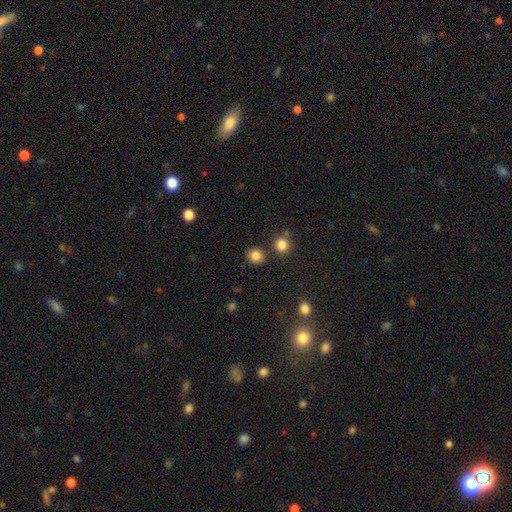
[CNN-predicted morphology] type=smooth (84%); roundness=round (86%); merging=none (84%).